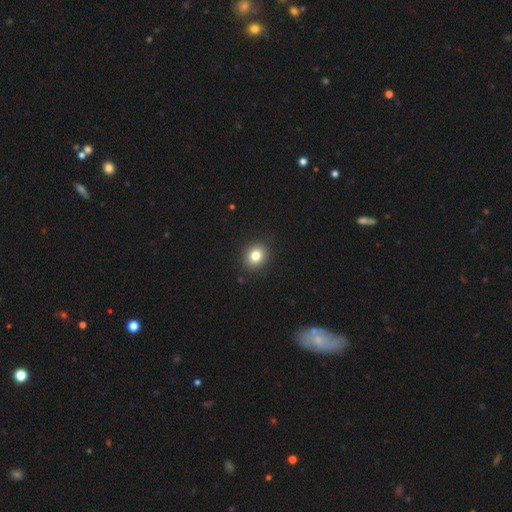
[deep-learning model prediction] Smooth or featured?
  - smooth: 81% *
  - star or artifact: 11%
  - featured or disk: 8%
How rounded?
  - round: 69% *
  - in between: 30%
  - cigar-shaped: 1%
Merging?
  - none: 90% *
  - minor disturbance: 7%
  - major disturbance: 2%
  - merger: 1%